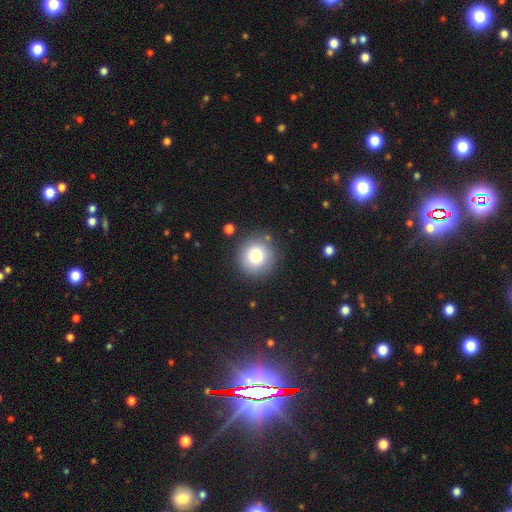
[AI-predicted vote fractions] A smooth galaxy with no disk features (80%) that is round (94%).

Vote fractions:
- Smooth or featured? smooth: 80% / star or artifact: 10% / featured or disk: 9%
- How rounded? round: 94% / in between: 5% / cigar-shaped: 1%
- Merging? none: 85% / minor disturbance: 9% / major disturbance: 3% / merger: 3%